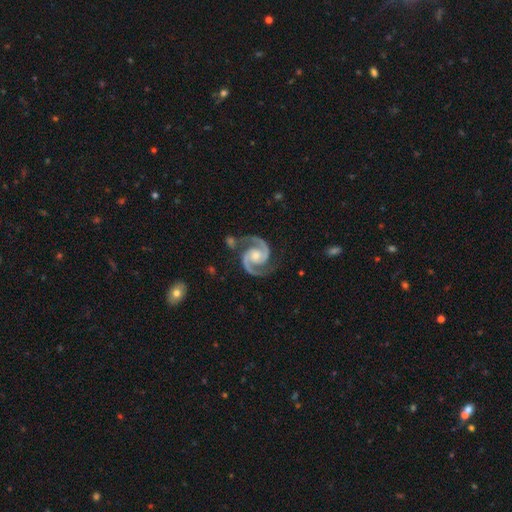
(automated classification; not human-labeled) Smooth or featured? featured or disk (94%)
Edge-on disk? no (98%)
Bar? no (64%)
Spiral arms? yes (99%)
Spiral winding? medium (60%)
Spiral arm count? 2 (95%)
Bulge size? moderate (52%)
Merging? none (78%)